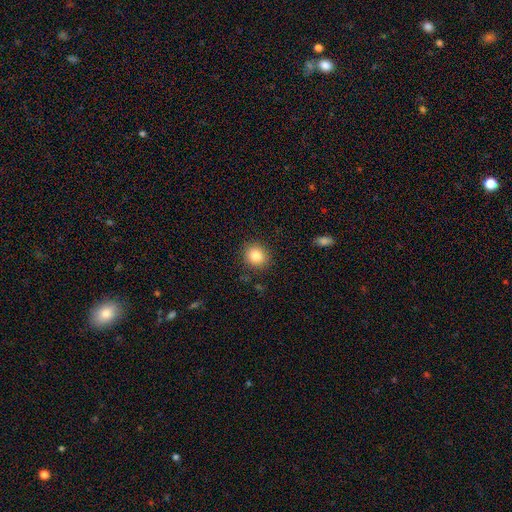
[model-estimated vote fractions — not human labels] This is clearly a smooth galaxy (83%). How rounded: clearly round (85%). Merging: clearly none (89%).